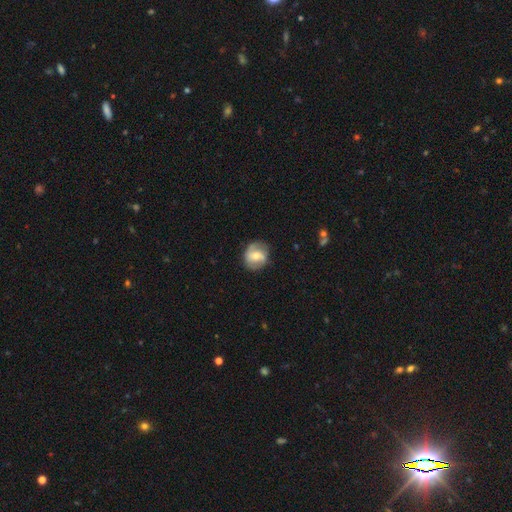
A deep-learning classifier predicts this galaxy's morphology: A featured or disk galaxy (58%) with a weak bar (45%), spiral arms (80%) and a moderate central bulge (59%).

Vote fractions:
- Smooth or featured? featured or disk: 58% / smooth: 35% / star or artifact: 7%
- Edge-on disk? no: 97% / yes: 3%
- Bar? weak: 45% / no: 35% / strong: 20%
- Spiral arms? yes: 80% / no: 20%
- Bulge size? moderate: 59% / small: 35% / large: 3% / none: 2% / dominant: 1%
- Merging? none: 78% / minor disturbance: 16% / major disturbance: 5% / merger: 1%